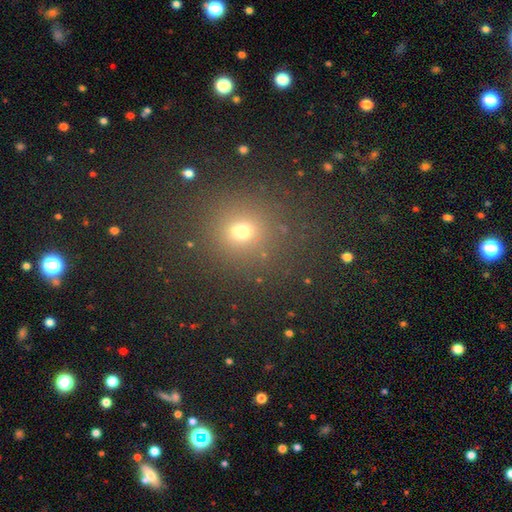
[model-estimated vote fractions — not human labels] smooth 55%, star or artifact 37%, featured or disk 7%. Down the decision tree: how rounded — round (88%); merging — none (88%).